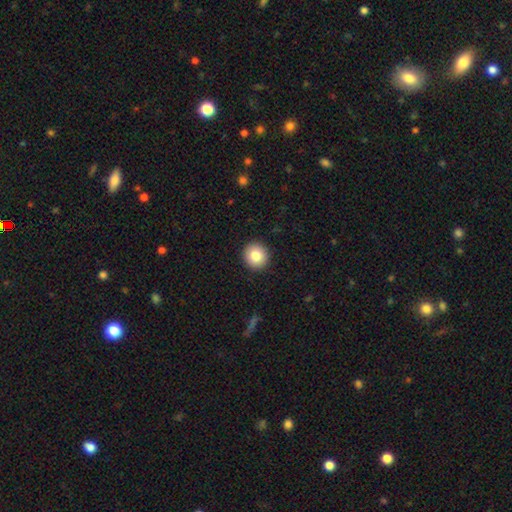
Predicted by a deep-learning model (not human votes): Smooth or featured? Predicted: smooth (p=0.83). How rounded? Predicted: round (p=0.92). Merging? Predicted: none (p=0.93).